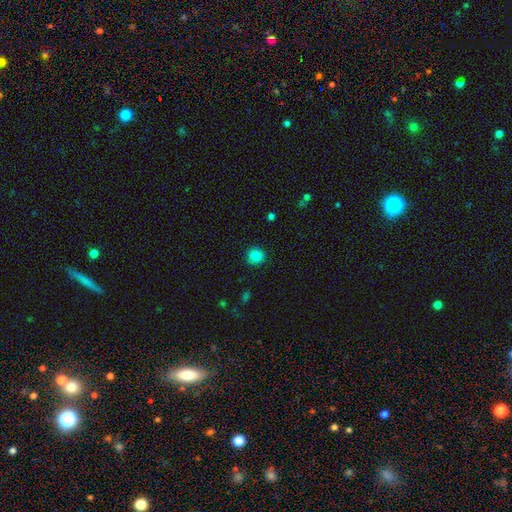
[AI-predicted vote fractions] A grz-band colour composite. It shows a smooth galaxy with no disk features (84%) that is round (92%). Merging: none (91%).